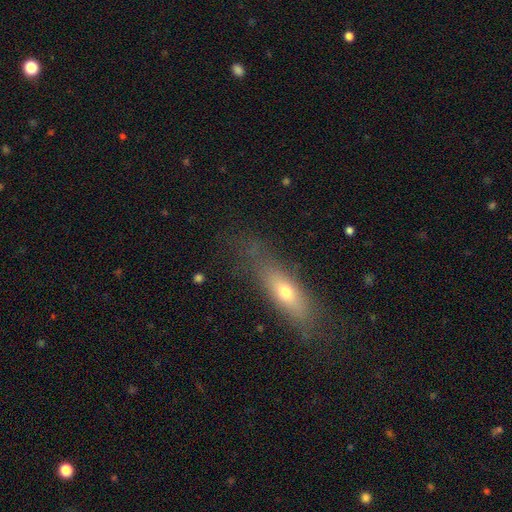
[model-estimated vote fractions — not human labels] Q: Smooth or featured?
A: smooth (49%); runner-up: featured or disk (39%)
Q: Merging?
A: none (72%); runner-up: minor disturbance (19%)